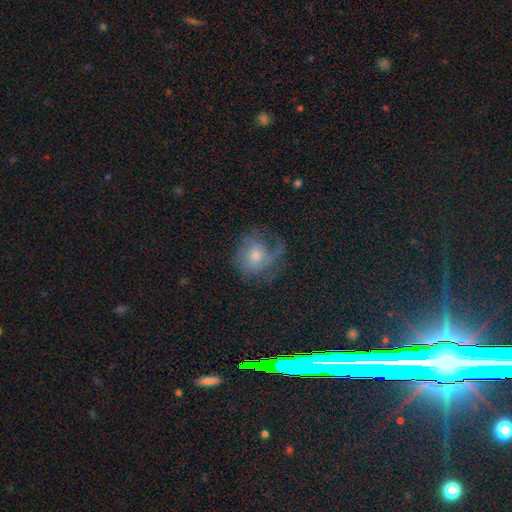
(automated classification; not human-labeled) Morphology: type=featured or disk (54%); edge-on=no (96%); bar=no (76%); spiral arms=yes (84%); bulge=moderate (53%); merging=none (60%).